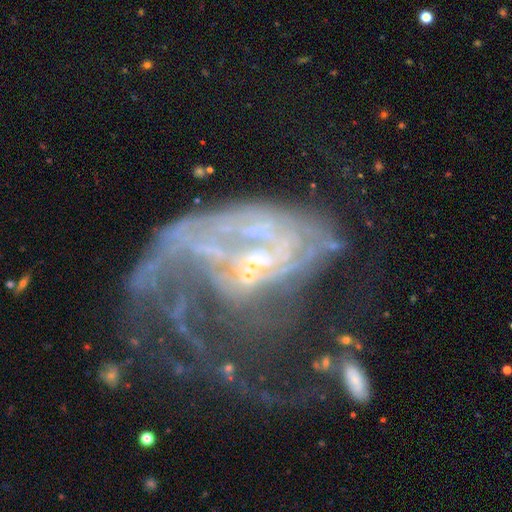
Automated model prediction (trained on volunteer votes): This is likely a featured or disk galaxy (79%). It is clearly not viewed edge-on (97%). Bar: possibly no (57%). Spiral arm pattern: likely yes (65%). Spiral arm count: marginally 1 (35%). Spiral winding: possibly loose (47%). Central bulge: marginally small (42%). Merging: possibly major disturbance (55%).